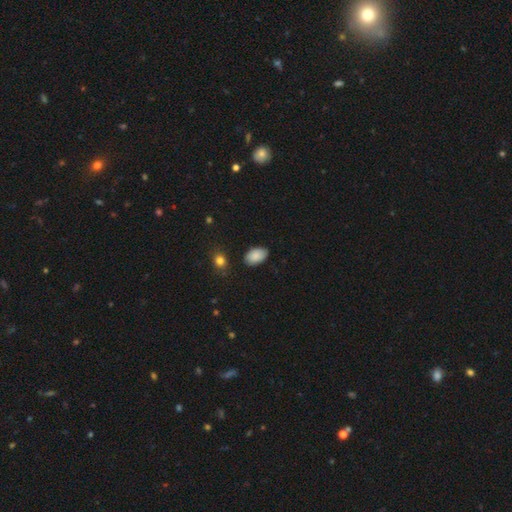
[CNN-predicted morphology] This appears to be a smooth galaxy with no disk features (87%) that is in between round and cigar-shaped (92%). Merging: none (80%).